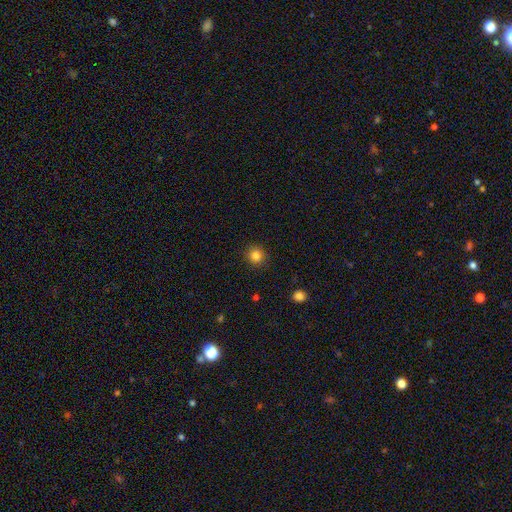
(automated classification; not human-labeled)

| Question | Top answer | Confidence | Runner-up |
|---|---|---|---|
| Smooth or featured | smooth | 84% | star or artifact (12%) |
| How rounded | round | 92% | in between (8%) |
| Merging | none | 90% | minor disturbance (6%) |